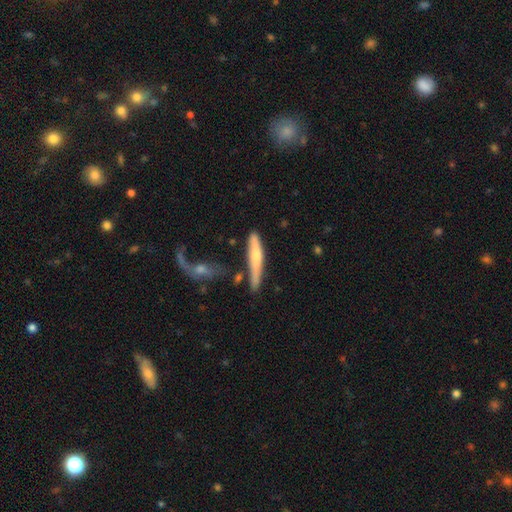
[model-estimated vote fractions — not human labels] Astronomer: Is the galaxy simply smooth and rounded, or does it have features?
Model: smooth — 53% (runner-up: featured or disk, 42%).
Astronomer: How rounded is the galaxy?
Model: cigar-shaped — 88%.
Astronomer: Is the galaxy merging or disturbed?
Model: none — 63%.